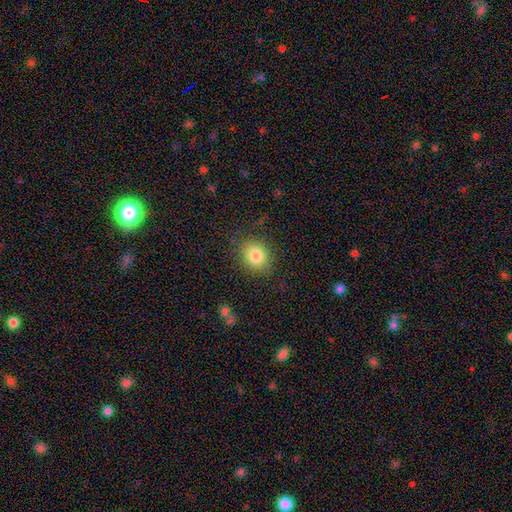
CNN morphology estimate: Overall: smooth (82%). How rounded: round (66%; in between 33%). Merging: none (84%).